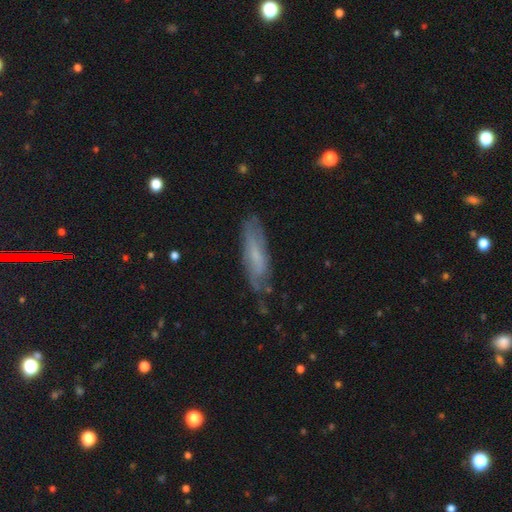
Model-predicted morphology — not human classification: smooth 48%, featured or disk 44%, star or artifact 8%. Down the decision tree: merging — none (68%).